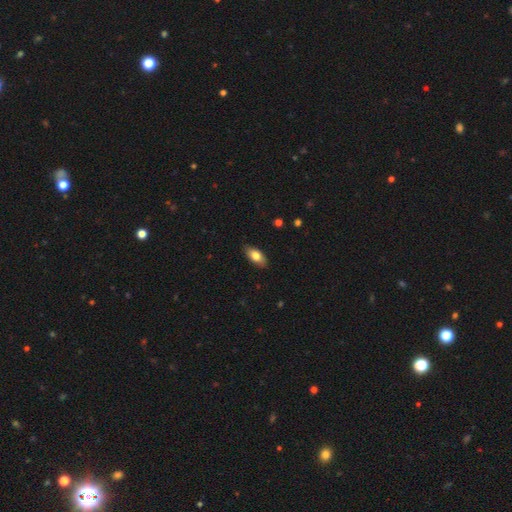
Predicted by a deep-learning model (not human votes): A smooth galaxy with no disk features (79%) that is in between round and cigar-shaped (90%). Merging: none (84%).